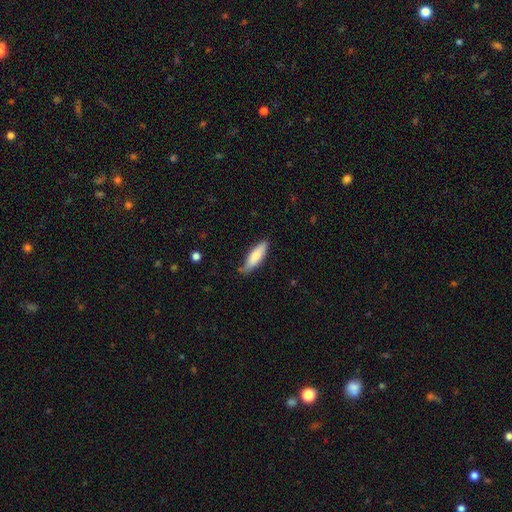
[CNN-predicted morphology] type=smooth (79%); roundness=cigar-shaped (52%); merging=none (72%).